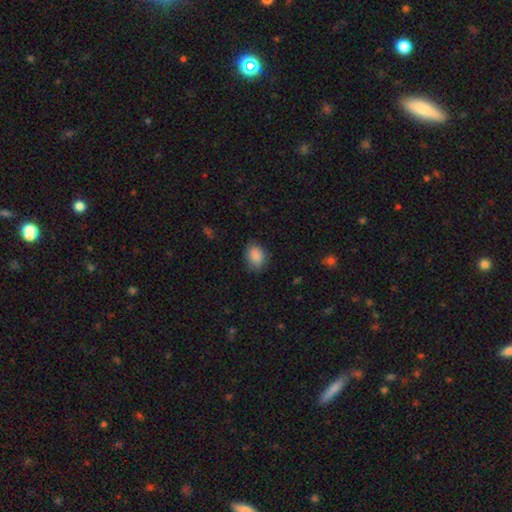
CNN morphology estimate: This is clearly a smooth galaxy (88%). How rounded: likely in between (69%). Merging: clearly none (80%).